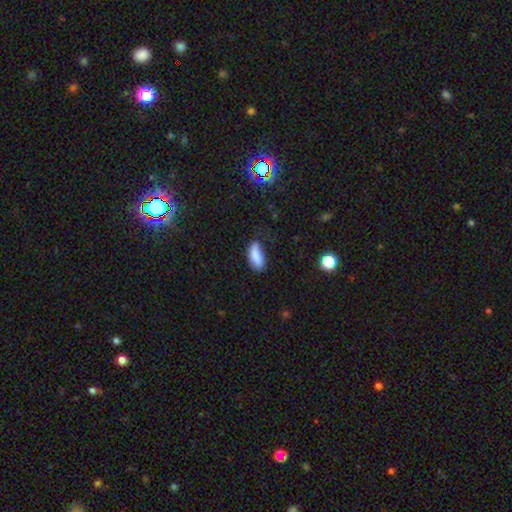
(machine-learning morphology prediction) A smooth galaxy with no disk features (86%) that is in between round and cigar-shaped (85%).

Vote fractions:
- Smooth or featured? smooth: 86% / star or artifact: 7% / featured or disk: 7%
- How rounded? in between: 85% / cigar-shaped: 12% / round: 2%
- Merging? none: 58% / minor disturbance: 31% / major disturbance: 8% / merger: 2%